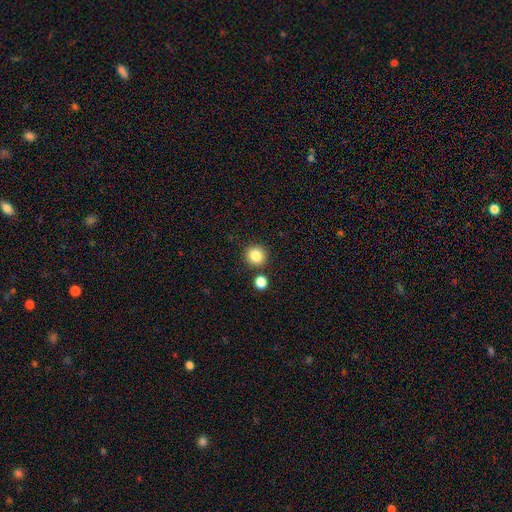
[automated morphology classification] type=smooth (85%); roundness=round (93%); merging=none (84%).